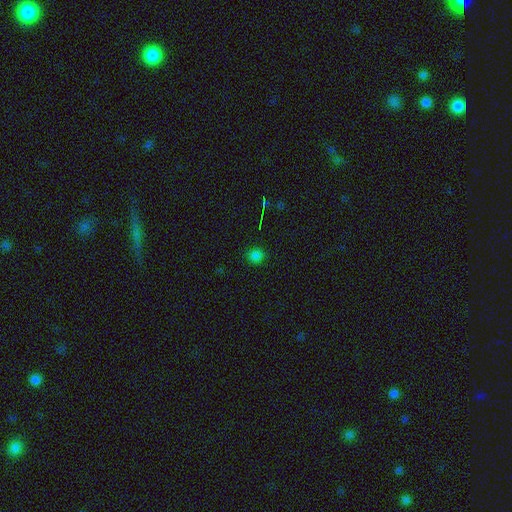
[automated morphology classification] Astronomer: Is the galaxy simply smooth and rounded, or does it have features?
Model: smooth — 78%.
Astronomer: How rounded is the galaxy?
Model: round — 88%.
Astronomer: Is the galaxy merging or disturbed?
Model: none — 89%.